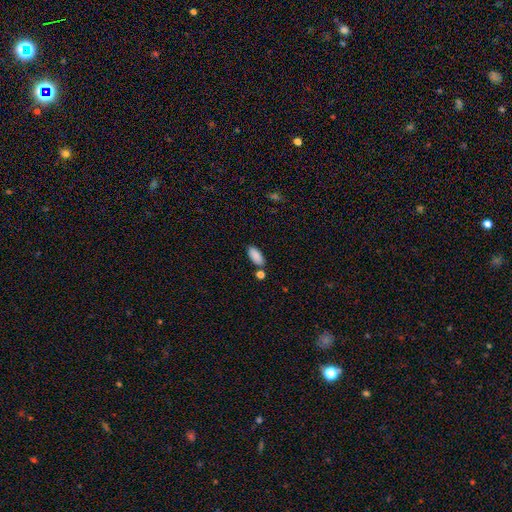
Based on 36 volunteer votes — Q: Smooth or featured?
A: smooth (100%)
Q: How rounded?
A: in between (97%); runner-up: cigar-shaped (3%)
Q: Merging?
A: none (75%); runner-up: merger (14%)